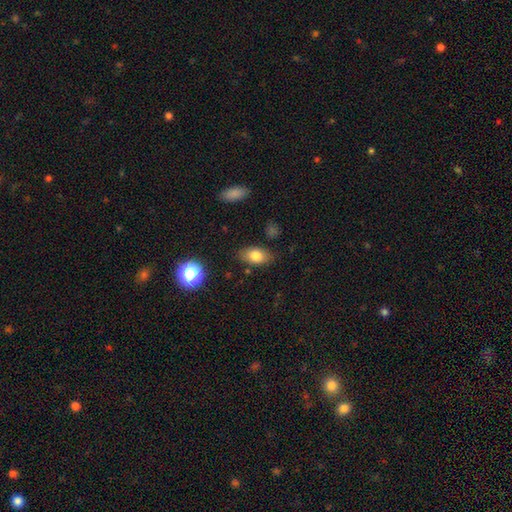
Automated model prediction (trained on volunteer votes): Q: Smooth or featured?
A: smooth (78%); runner-up: featured or disk (12%)
Q: How rounded?
A: in between (87%); runner-up: round (10%)
Q: Merging?
A: none (83%); runner-up: minor disturbance (12%)